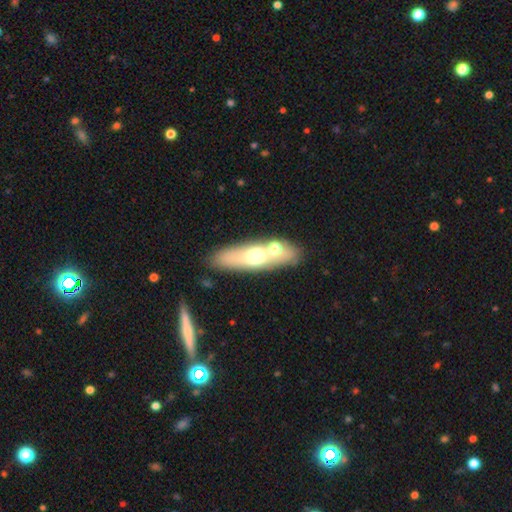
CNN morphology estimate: smooth_or_featured: smooth (p=0.53) [alt: featured or disk p=0.39]
how_rounded: cigar-shaped (p=0.51) [alt: in between p=0.45]
merging: none (p=0.71) [alt: merger p=0.14]